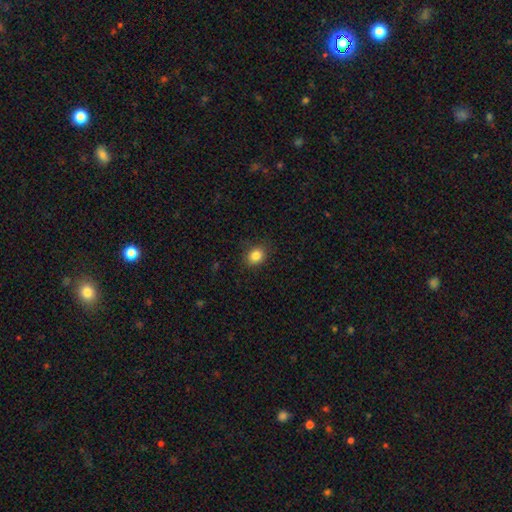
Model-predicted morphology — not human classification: Q: Smooth or featured?
A: smooth (85%); runner-up: star or artifact (10%)
Q: How rounded?
A: round (59%); runner-up: in between (40%)
Q: Merging?
A: none (86%); runner-up: minor disturbance (11%)